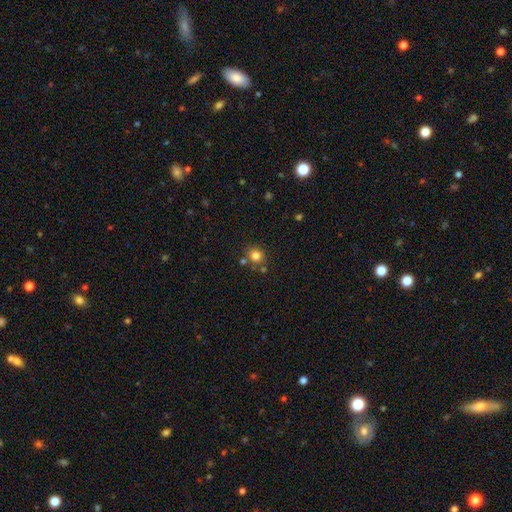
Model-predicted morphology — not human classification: Smooth or featured?
  - smooth: 81% *
  - star or artifact: 13%
  - featured or disk: 6%
How rounded?
  - round: 86% *
  - in between: 14%
  - cigar-shaped: 1%
Merging?
  - none: 75% *
  - merger: 12%
  - minor disturbance: 10%
  - major disturbance: 3%